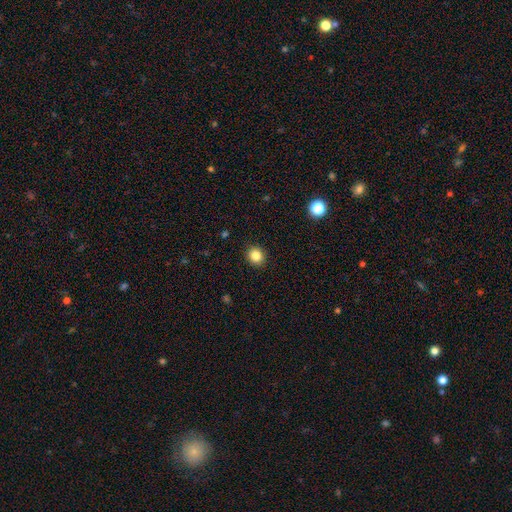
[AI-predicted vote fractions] Morphology: type=smooth (85%); roundness=round (80%); merging=none (91%).